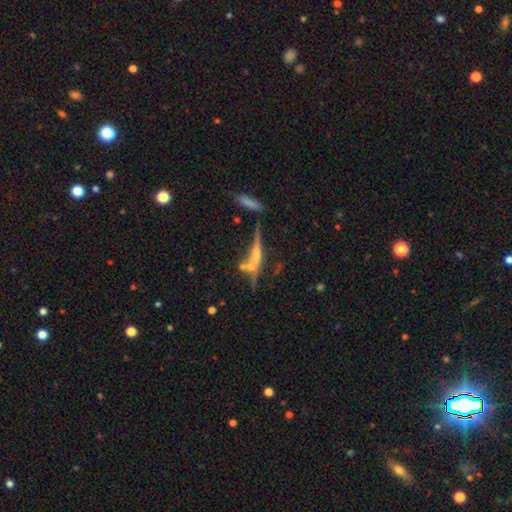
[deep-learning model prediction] Q: Smooth or featured?
A: featured or disk (62%); runner-up: smooth (27%)
Q: Edge-on disk?
A: yes (88%); runner-up: no (12%)
Q: Edge-on bulge?
A: rounded (70%); runner-up: none (20%)
Q: Merging?
A: none (54%); runner-up: merger (23%)